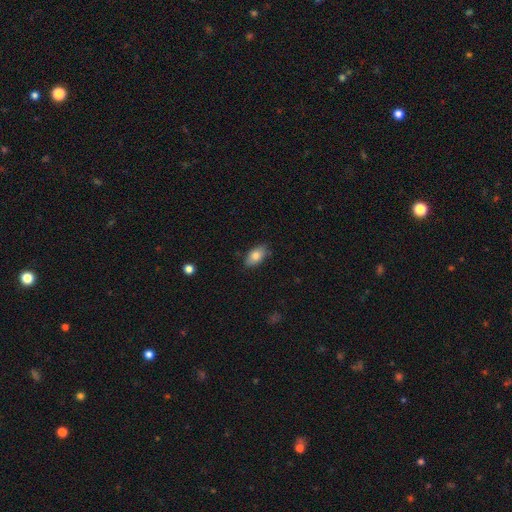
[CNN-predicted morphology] smooth_or_featured: smooth (p=0.79) [alt: featured or disk p=0.13]
how_rounded: in between (p=0.92) [alt: round p=0.05]
merging: none (p=0.83) [alt: minor disturbance p=0.14]